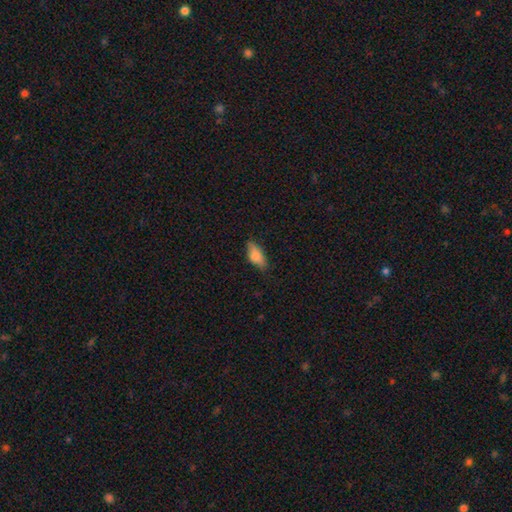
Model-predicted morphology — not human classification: Smooth or featured? smooth (79%)
How rounded? in between (80%)
Merging? none (67%)